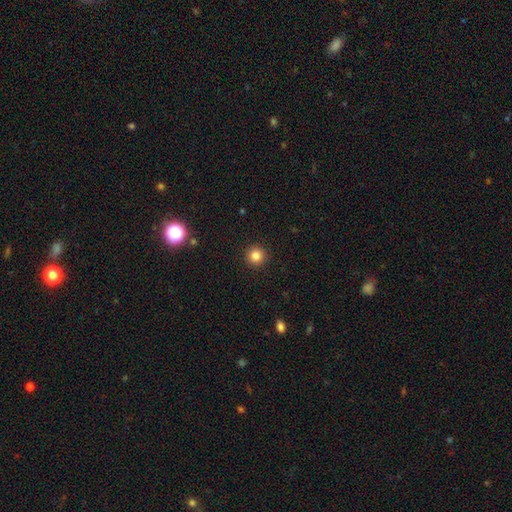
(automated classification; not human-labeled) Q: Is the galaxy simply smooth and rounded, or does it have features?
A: smooth — 83%.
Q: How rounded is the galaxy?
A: round — 95%.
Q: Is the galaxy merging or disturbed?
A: none — 93%.